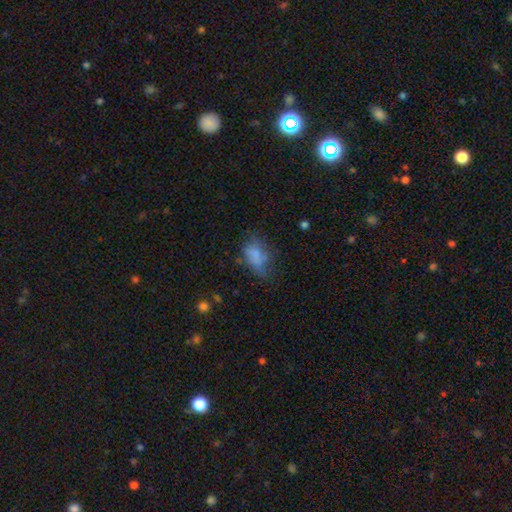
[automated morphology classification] Overall: smooth (67%). How rounded: in between (81%). Merging: none (40%; minor disturbance 31%).